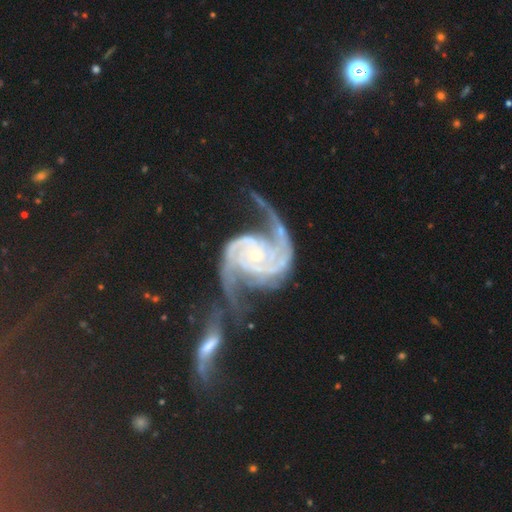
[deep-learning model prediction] Smooth or featured? featured or disk (94%)
Edge-on disk? no (98%)
Bar? no (64%)
Spiral arms? yes (99%)
Spiral winding? medium (49%)
Spiral arm count? 2 (78%)
Bulge size? small (76%)
Merging? merger (41%)